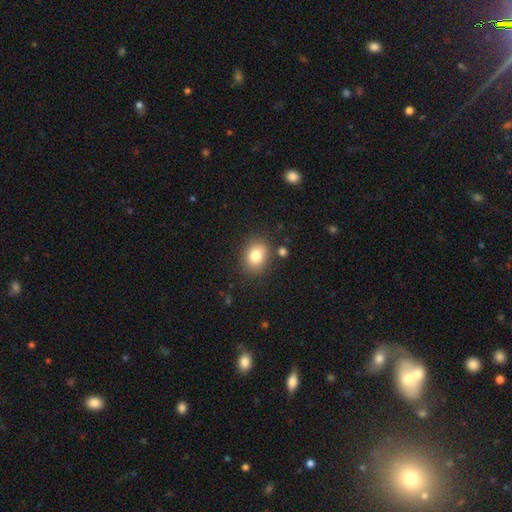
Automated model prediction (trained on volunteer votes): Q: Smooth or featured?
A: smooth (80%); runner-up: star or artifact (10%)
Q: How rounded?
A: in between (52%); runner-up: round (47%)
Q: Merging?
A: none (81%); runner-up: minor disturbance (11%)